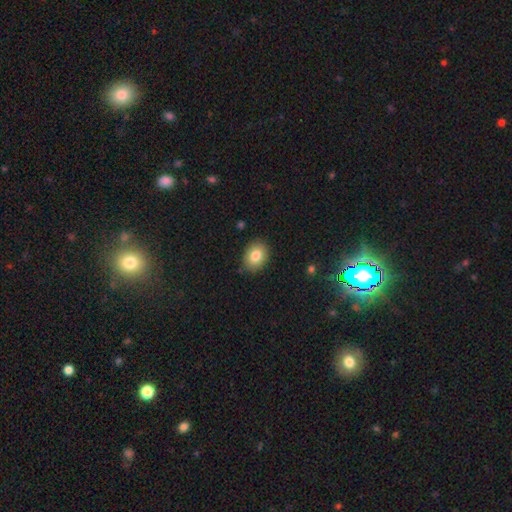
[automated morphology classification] This is clearly a smooth galaxy (83%). How rounded: likely in between (67%). Merging: clearly none (87%).